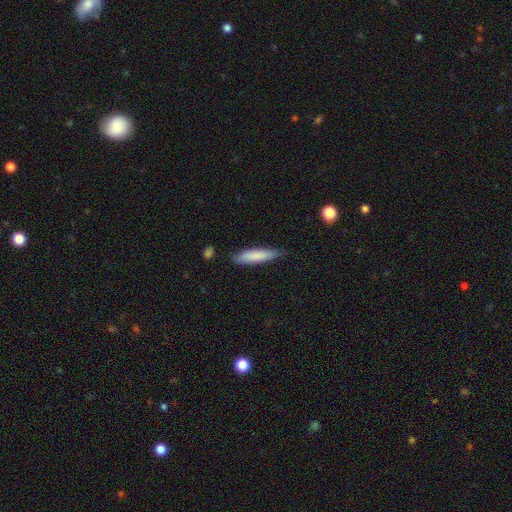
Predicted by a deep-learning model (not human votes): Smooth or featured? smooth (81%)
How rounded? cigar-shaped (82%)
Merging? none (82%)